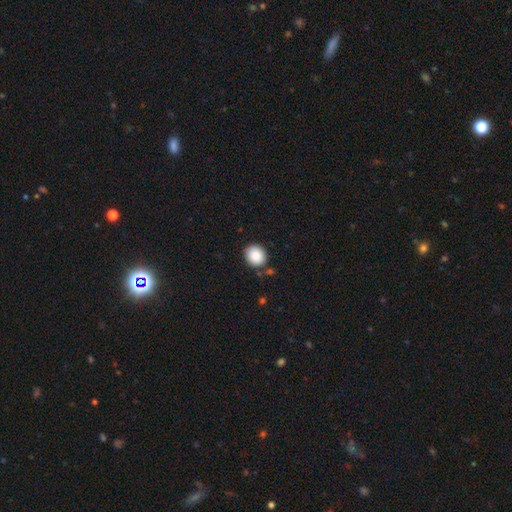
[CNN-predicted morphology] A smooth galaxy with no disk features (89%) that is round (78%).

Vote fractions:
- Smooth or featured? smooth: 89% / star or artifact: 8% / featured or disk: 3%
- How rounded? round: 78% / in between: 21% / cigar-shaped: 1%
- Merging? none: 84% / minor disturbance: 10% / merger: 4% / major disturbance: 3%